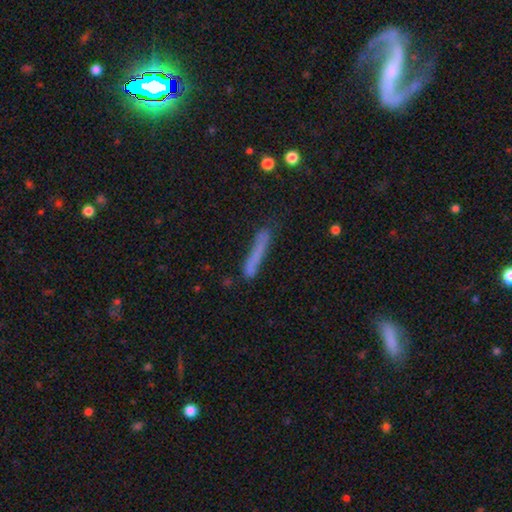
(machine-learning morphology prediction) Smooth or featured? Predicted: smooth (p=0.65). How rounded? Predicted: cigar-shaped (p=0.94). Merging? Predicted: none (p=0.71).